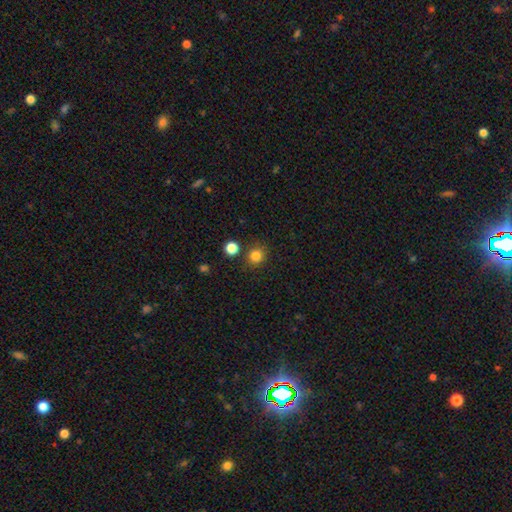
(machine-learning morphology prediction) Smooth or featured?
  - smooth: 83% *
  - star or artifact: 13%
  - featured or disk: 4%
How rounded?
  - round: 88% *
  - in between: 11%
  - cigar-shaped: 1%
Merging?
  - none: 83% *
  - minor disturbance: 9%
  - merger: 6%
  - major disturbance: 3%